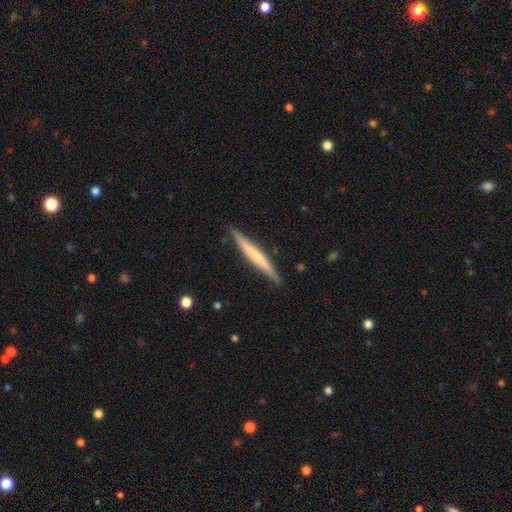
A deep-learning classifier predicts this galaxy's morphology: Overall: featured or disk (50%; smooth 44%). Edge-on disk: yes (97%). Merging: none (89%).